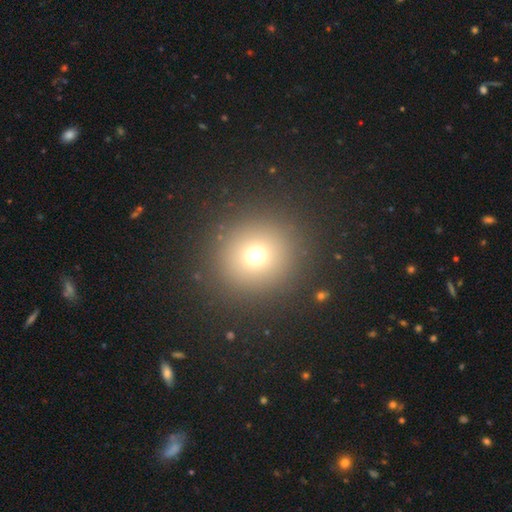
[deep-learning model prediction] This appears to be a smooth galaxy with no disk features (71%) that is round (93%). Merging: none (90%).